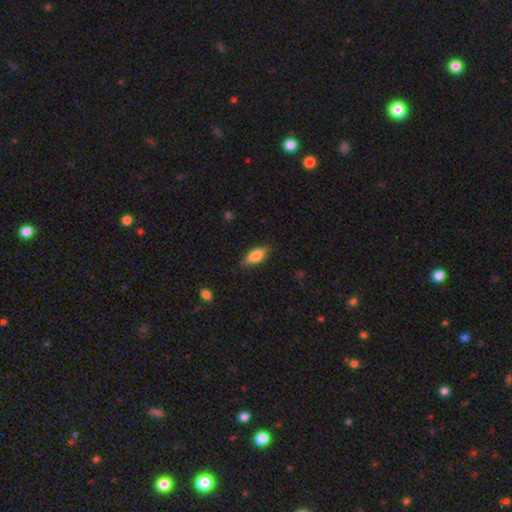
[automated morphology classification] type=smooth (67%); roundness=in between (72%); merging=none (81%).